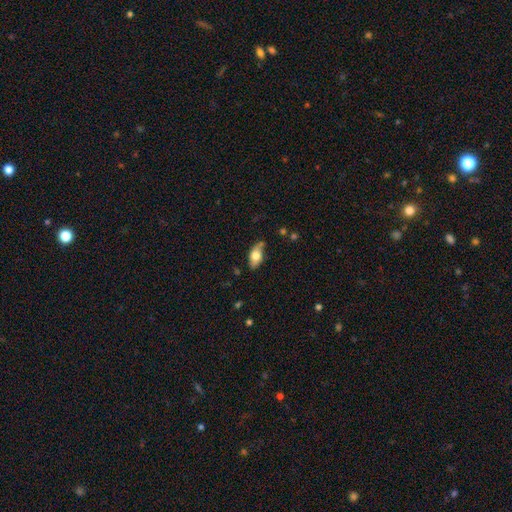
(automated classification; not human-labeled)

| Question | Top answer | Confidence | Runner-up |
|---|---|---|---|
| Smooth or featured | smooth | 66% | featured or disk (27%) |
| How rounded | in between | 89% | cigar-shaped (6%) |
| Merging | none | 67% | minor disturbance (25%) |